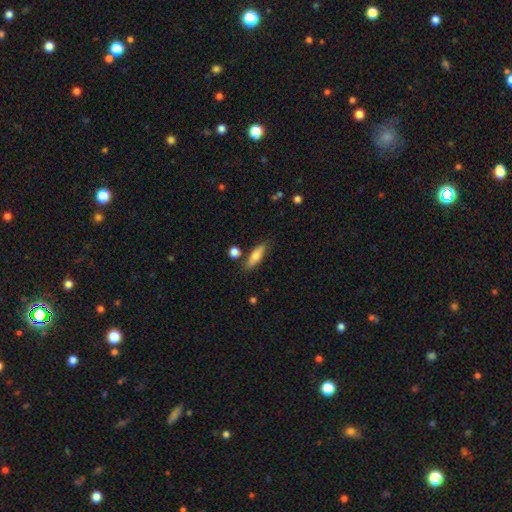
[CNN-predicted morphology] Smooth or featured? Predicted: smooth (p=0.73). How rounded? Predicted: cigar-shaped (p=0.54). Merging? Predicted: none (p=0.77).